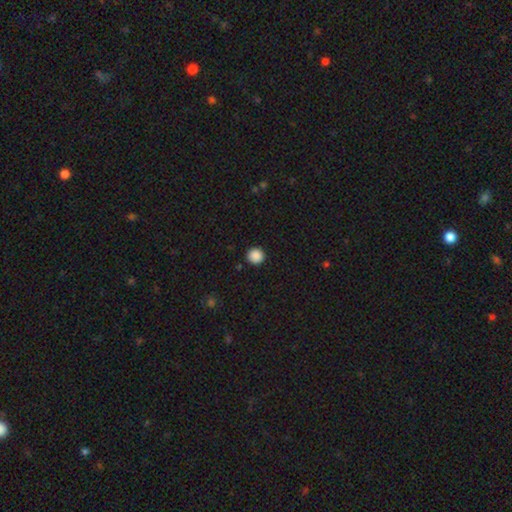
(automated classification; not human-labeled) smooth_or_featured: smooth (p=0.88) [alt: star or artifact p=0.09]
how_rounded: round (p=0.94) [alt: in between p=0.05]
merging: none (p=0.92) [alt: minor disturbance p=0.05]